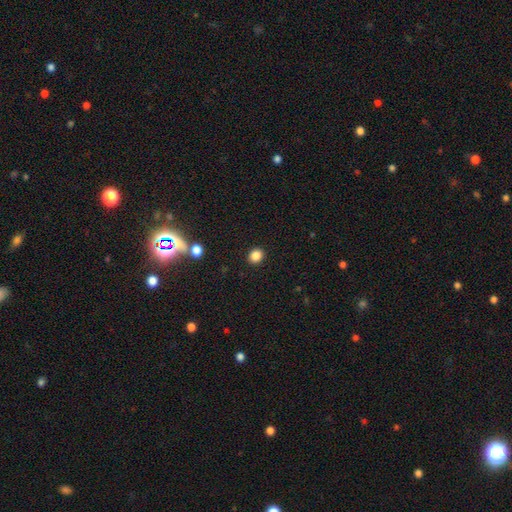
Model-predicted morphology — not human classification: smooth-or-featured: smooth: 85% | star or artifact: 11% | featured or disk: 4%
  how-rounded: round: 70% | in between: 29% | cigar-shaped: 1%
  merging: none: 91% | minor disturbance: 6% | major disturbance: 2% | merger: 2%